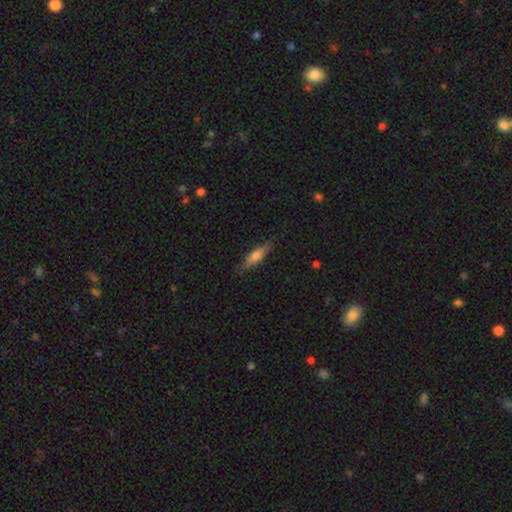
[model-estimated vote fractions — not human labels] smooth 59%, featured or disk 34%, star or artifact 7%. Down the decision tree: how rounded — cigar-shaped (67%); merging — none (82%).